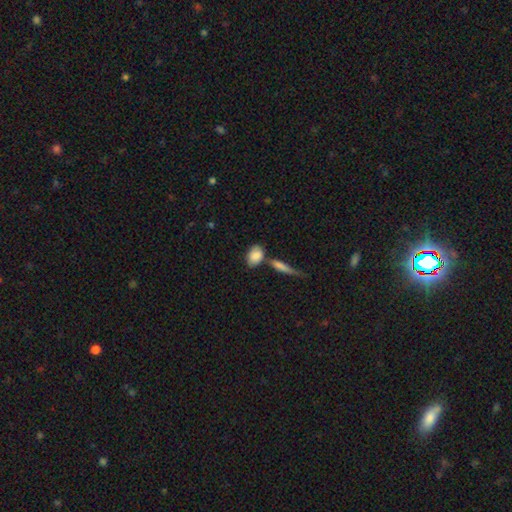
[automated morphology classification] smooth_or_featured: smooth (p=0.85) [alt: featured or disk p=0.09]
how_rounded: in between (p=0.80) [alt: round p=0.16]
merging: none (p=0.53) [alt: merger p=0.26]